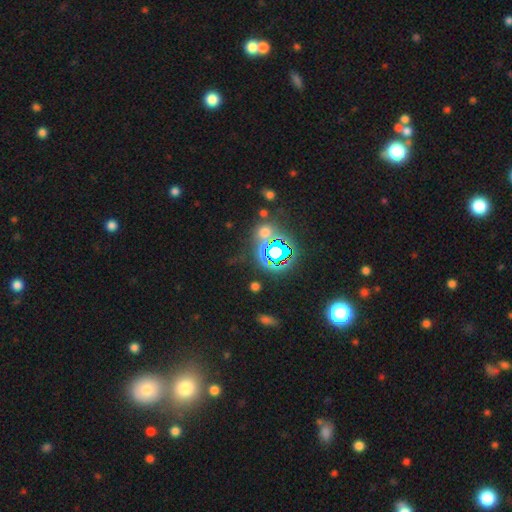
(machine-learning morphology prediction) smooth_or_featured: star or artifact (p=0.78) [alt: smooth p=0.14]